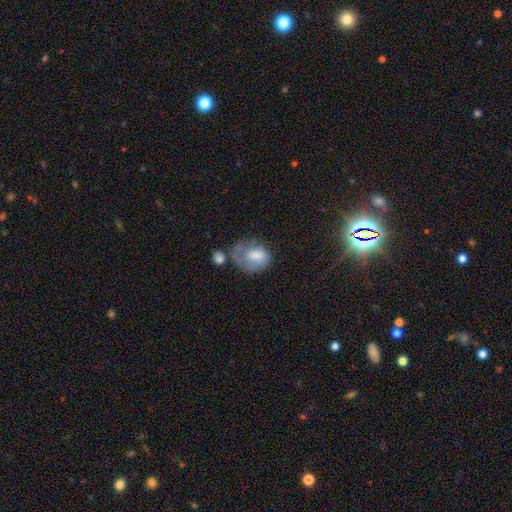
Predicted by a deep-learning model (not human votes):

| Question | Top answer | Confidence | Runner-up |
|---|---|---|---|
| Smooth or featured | smooth | 68% | featured or disk (24%) |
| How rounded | in between | 54% | round (44%) |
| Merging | major disturbance | 32% | none (30%) |